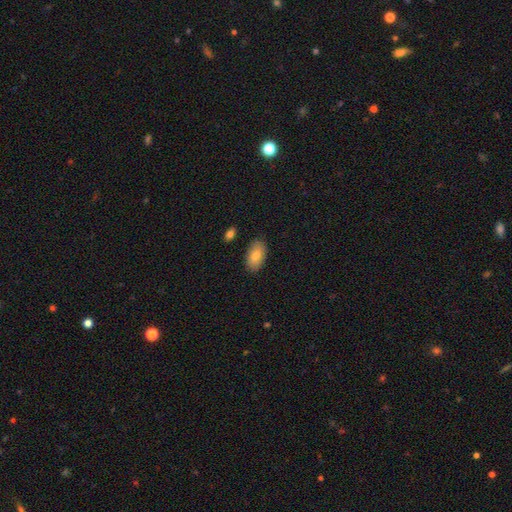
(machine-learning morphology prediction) A smooth galaxy with no disk features (81%) that is in between round and cigar-shaped (94%). Merging: none (86%).